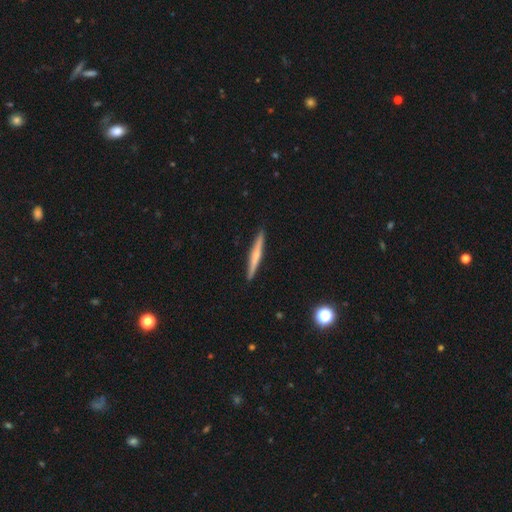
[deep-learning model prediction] This appears to be a featured or disk galaxy (50%) viewed edge-on (97%). Merging: none (92%).